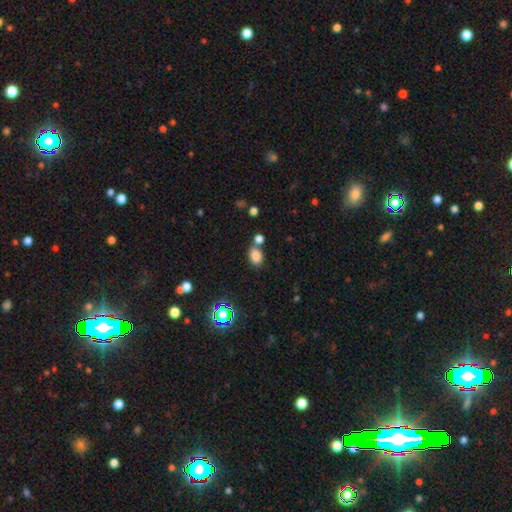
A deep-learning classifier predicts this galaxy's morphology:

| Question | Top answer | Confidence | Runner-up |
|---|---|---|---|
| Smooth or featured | smooth | 82% | star or artifact (13%) |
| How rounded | in between | 75% | round (24%) |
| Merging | none | 61% | merger (22%) |